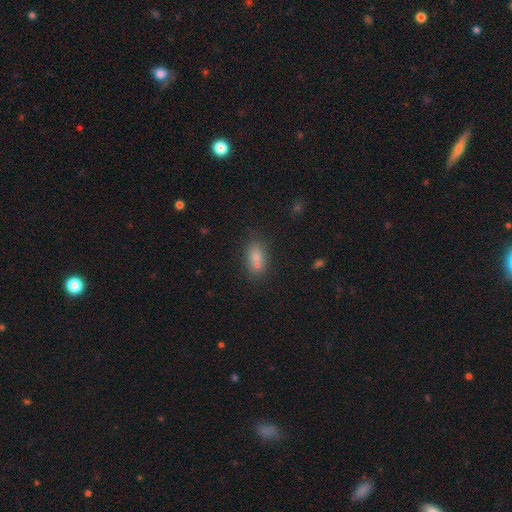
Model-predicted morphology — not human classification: This is likely a smooth galaxy (76%). How rounded: clearly in between (81%). Merging: likely none (61%).